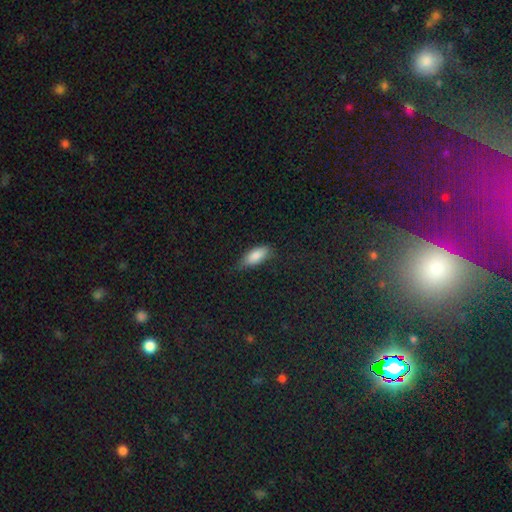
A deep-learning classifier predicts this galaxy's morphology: type=smooth (84%); roundness=in between (80%); merging=none (64%).